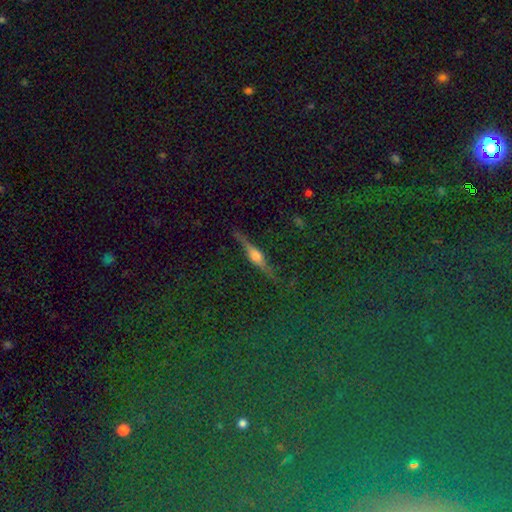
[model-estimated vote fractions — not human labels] featured or disk 73%, smooth 16%, star or artifact 11%. Down the decision tree: edge-on disk — yes (94%); edge-on bulge — rounded (89%); merging — none (83%).